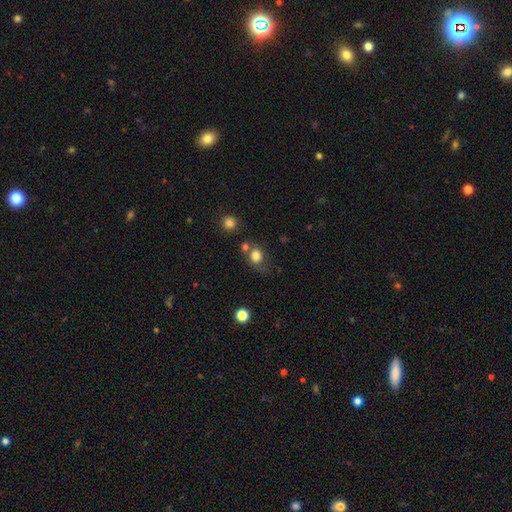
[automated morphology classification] The model was most divided on "how rounded": round: 65%, in between: 34%, cigar-shaped: 1%. More confident: smooth or featured — smooth (81%); merging — none (56%).